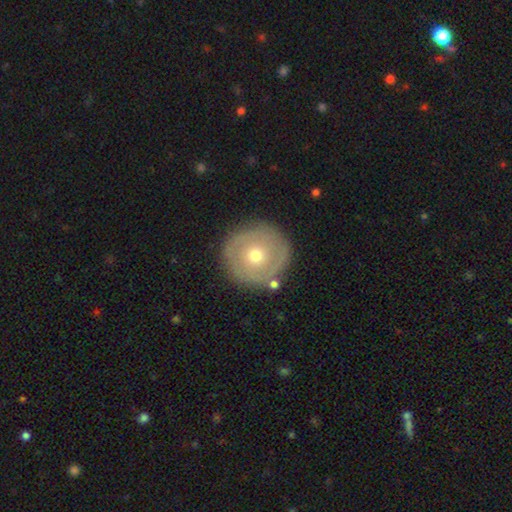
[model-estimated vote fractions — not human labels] Q: Smooth or featured?
A: featured or disk (47%); runner-up: smooth (45%)
Q: Merging?
A: none (81%); runner-up: minor disturbance (12%)